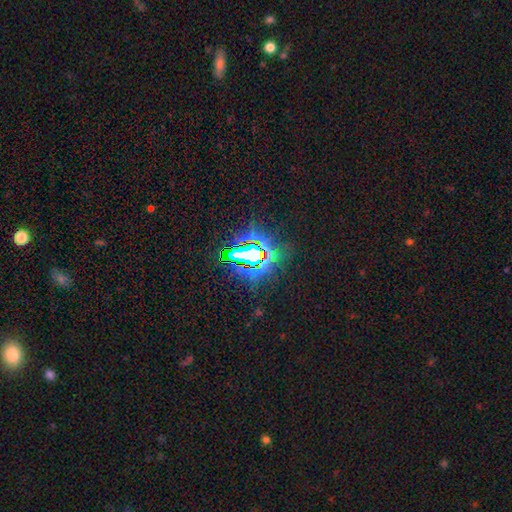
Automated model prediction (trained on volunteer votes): The model was most divided on "smooth or featured": star or artifact: 74%, smooth: 15%, featured or disk: 11%.